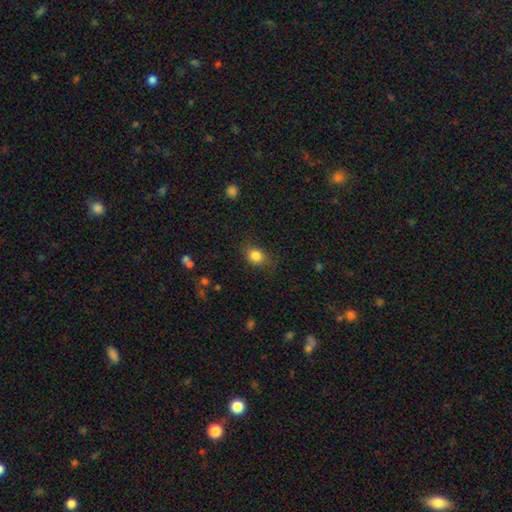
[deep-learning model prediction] Morphology: type=smooth (84%); roundness=in between (52%); merging=none (74%).